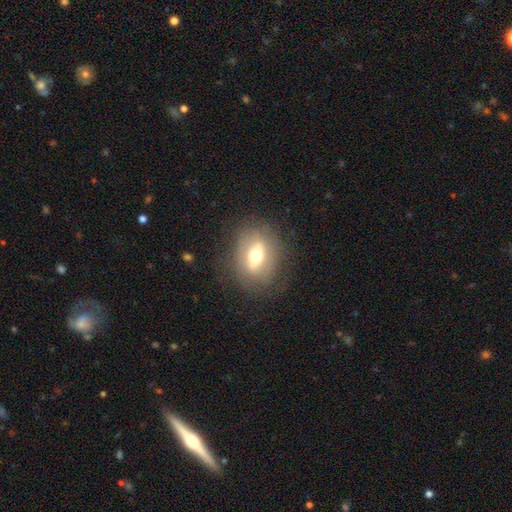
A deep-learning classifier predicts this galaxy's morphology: This appears to be a smooth galaxy with no disk features (47%). Merging: none (77%).